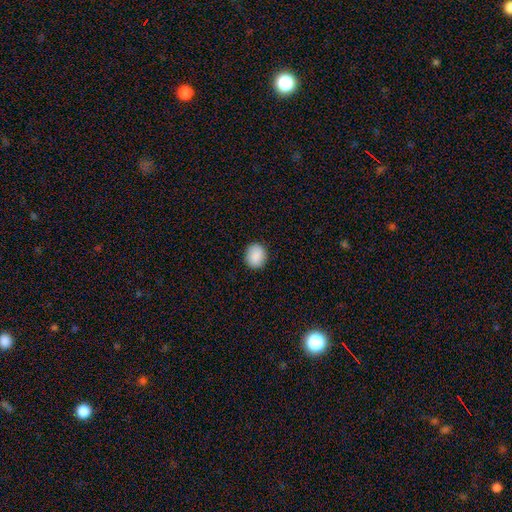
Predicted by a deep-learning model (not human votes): This is clearly a smooth galaxy (89%). How rounded: likely round (67%). Merging: clearly none (89%).